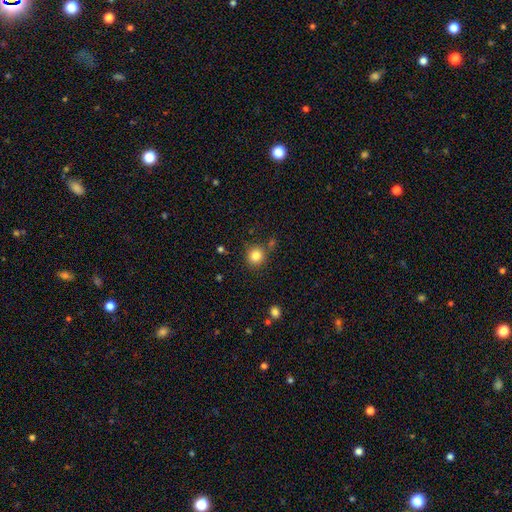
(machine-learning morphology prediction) Smooth or featured?
  - smooth: 83% *
  - star or artifact: 11%
  - featured or disk: 6%
How rounded?
  - round: 91% *
  - in between: 8%
  - cigar-shaped: 1%
Merging?
  - none: 79% *
  - minor disturbance: 11%
  - merger: 7%
  - major disturbance: 3%